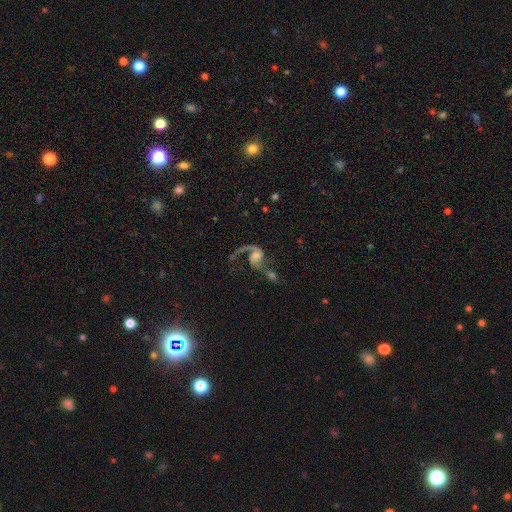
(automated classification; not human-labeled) smooth_or_featured: featured or disk (p=0.80) [alt: smooth p=0.12]
disk_edge_on: no (p=0.97) [alt: yes p=0.03]
bar: no (p=0.60) [alt: weak p=0.32]
has_spiral_arms: yes (p=0.93) [alt: no p=0.07]
spiral_winding: loose (p=0.71) [alt: medium p=0.24]
spiral_arm_count: 2 (p=0.59) [alt: 1 p=0.36]
bulge_size: moderate (p=0.35) [alt: small p=0.28]
merging: merger (p=0.39) [alt: none p=0.27]